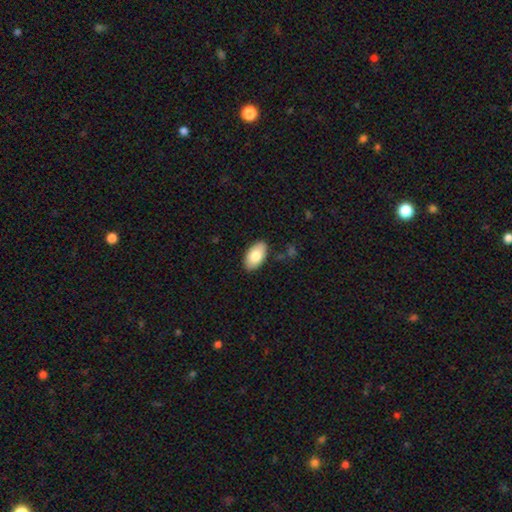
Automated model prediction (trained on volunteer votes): Overall: smooth (81%). How rounded: in between (95%). Merging: none (87%).